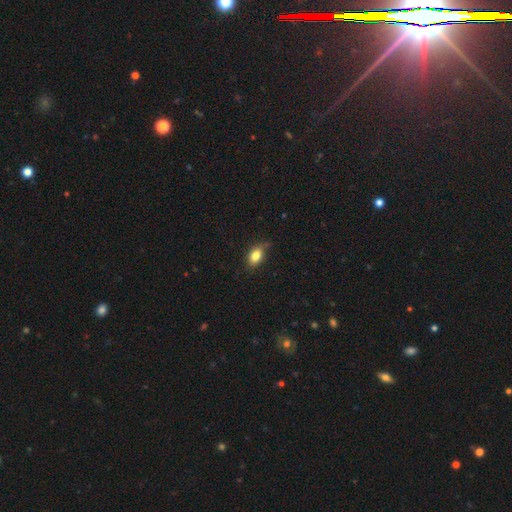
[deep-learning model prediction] Smooth or featured? smooth (82%)
How rounded? in between (84%)
Merging? none (67%)